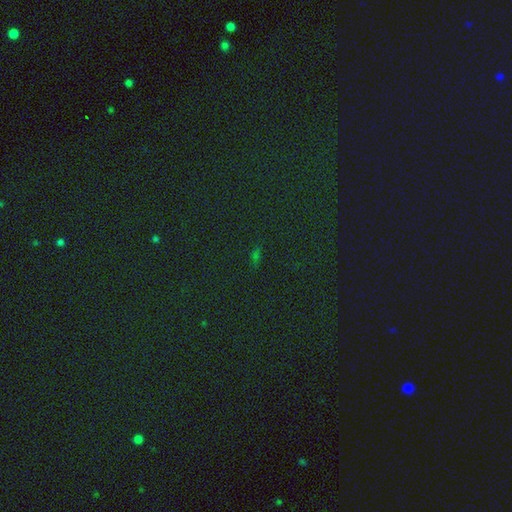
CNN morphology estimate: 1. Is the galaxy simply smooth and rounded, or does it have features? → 70% star or artifact, 19% smooth, 11% featured or disk.